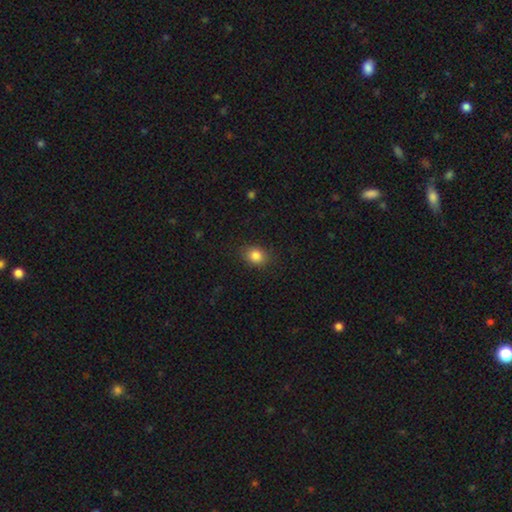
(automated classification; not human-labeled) Overall: smooth (85%). How rounded: in between (51%; round 48%). Merging: none (86%).